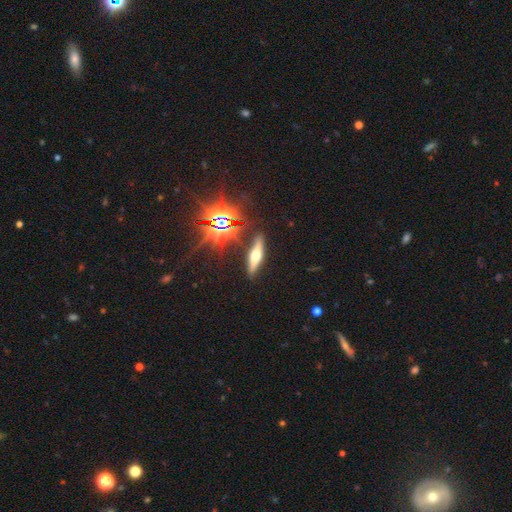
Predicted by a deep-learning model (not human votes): Morphology: type=featured or disk (48%); merging=none (86%).